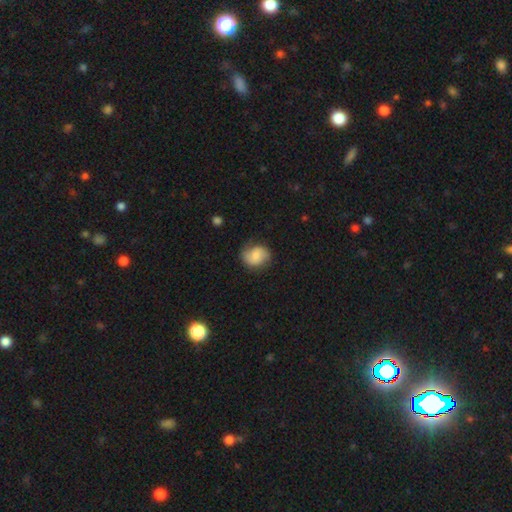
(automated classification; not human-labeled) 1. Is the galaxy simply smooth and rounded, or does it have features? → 66% smooth, 27% featured or disk, 8% star or artifact.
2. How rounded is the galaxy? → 60% round, 39% in between, 1% cigar-shaped.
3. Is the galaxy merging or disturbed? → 70% none, 22% minor disturbance, 6% major disturbance, 1% merger.